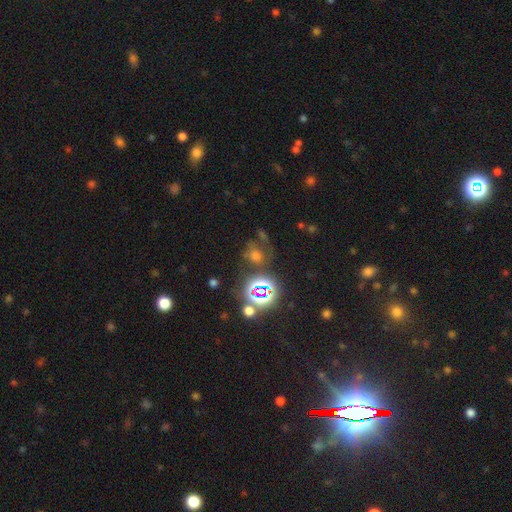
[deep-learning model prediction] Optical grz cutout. It shows a star or artifact, not a galaxy (46%).